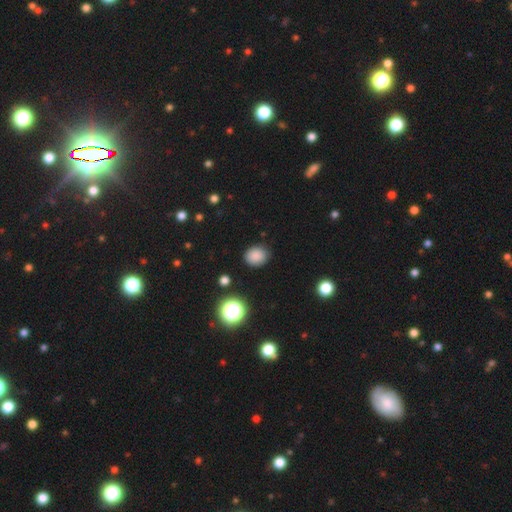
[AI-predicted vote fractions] Smooth or featured? smooth (84%)
How rounded? round (66%)
Merging? none (85%)